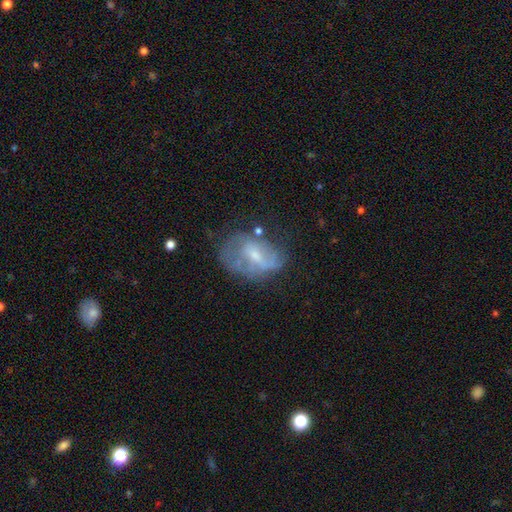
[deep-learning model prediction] featured or disk 64%, smooth 27%, star or artifact 9%. Down the decision tree: edge-on disk — no (96%); bar — weak (49%); spiral arms — yes (62%); bulge size — small (55%); merging — none (44%).